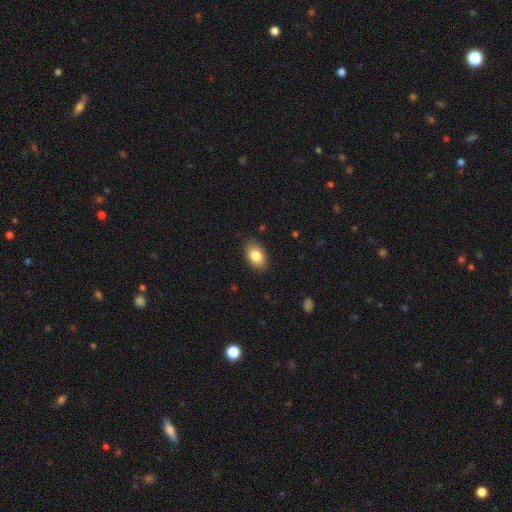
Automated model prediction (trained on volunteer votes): A smooth galaxy with no disk features (84%) that is in between round and cigar-shaped (91%). Merging: none (87%).